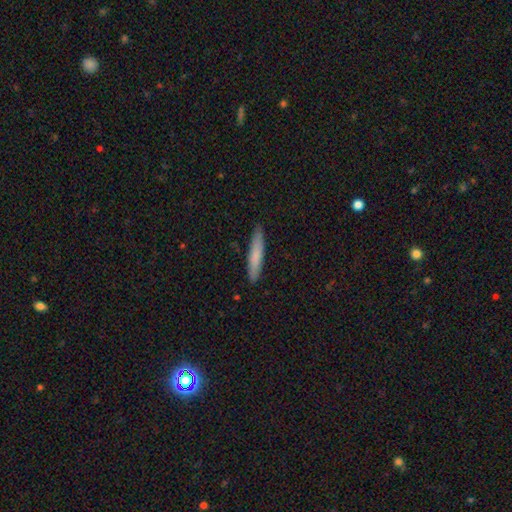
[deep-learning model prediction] Smooth or featured? Predicted: smooth (p=0.76). How rounded? Predicted: cigar-shaped (p=0.92). Merging? Predicted: none (p=0.90).